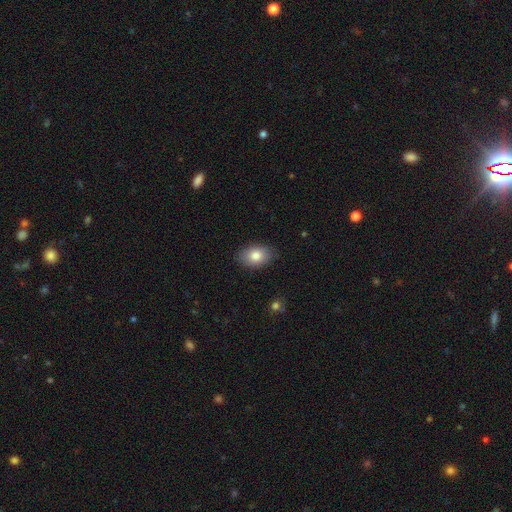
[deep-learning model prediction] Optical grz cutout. It shows a smooth galaxy with no disk features (81%) that is in between round and cigar-shaped (85%). Merging: none (86%).